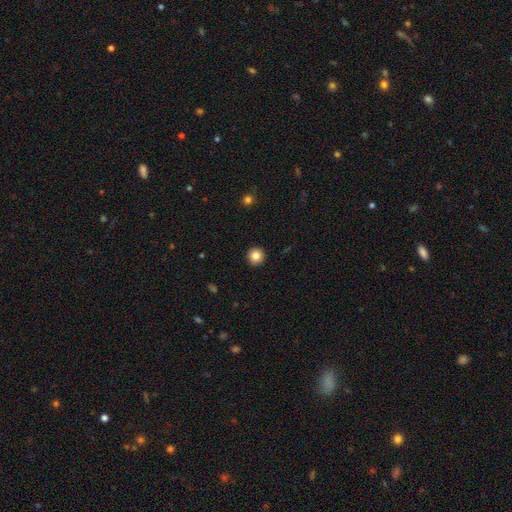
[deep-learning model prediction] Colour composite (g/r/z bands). It shows a smooth galaxy with no disk features (84%) that is round (96%). Merging: none (93%).